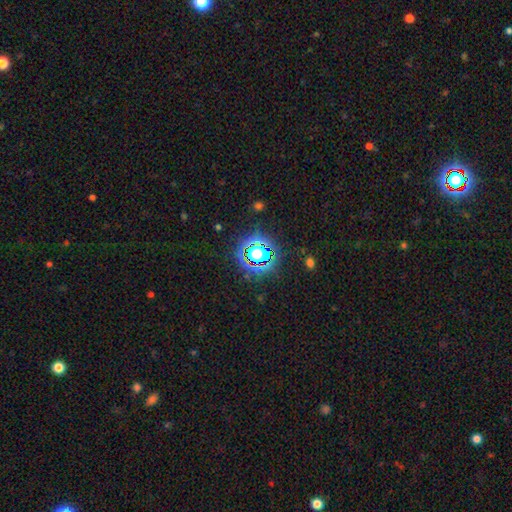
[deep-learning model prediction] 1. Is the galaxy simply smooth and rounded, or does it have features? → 63% star or artifact, 25% smooth, 12% featured or disk.